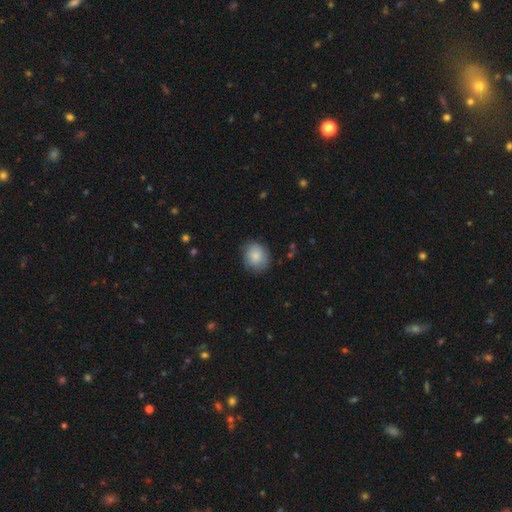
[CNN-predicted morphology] The model was most divided on "how rounded": round: 72%, in between: 27%, cigar-shaped: 1%. More confident: smooth or featured — smooth (84%); merging — none (81%).